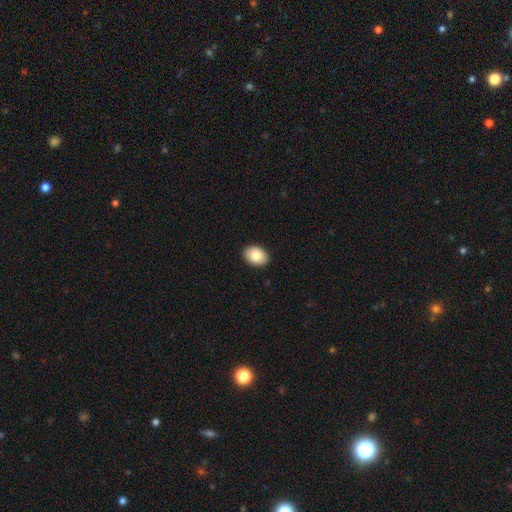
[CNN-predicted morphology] The model was most divided on "how rounded": in between: 79%, round: 20%, cigar-shaped: 1%. More confident: merging — none (90%); smooth or featured — smooth (84%).